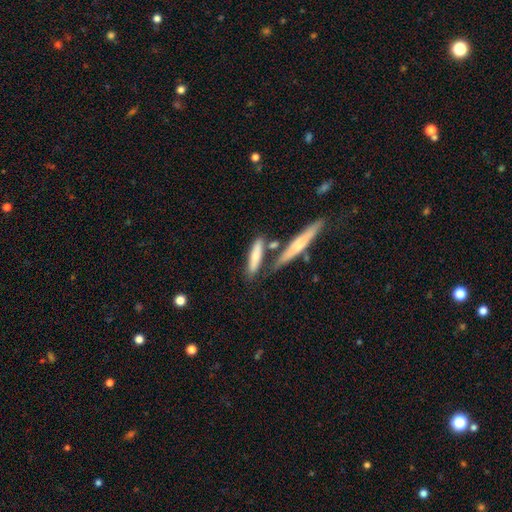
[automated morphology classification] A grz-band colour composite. It shows a smooth galaxy with no disk features (70%) that is cigar-shaped (76%). Merging: none (59%).